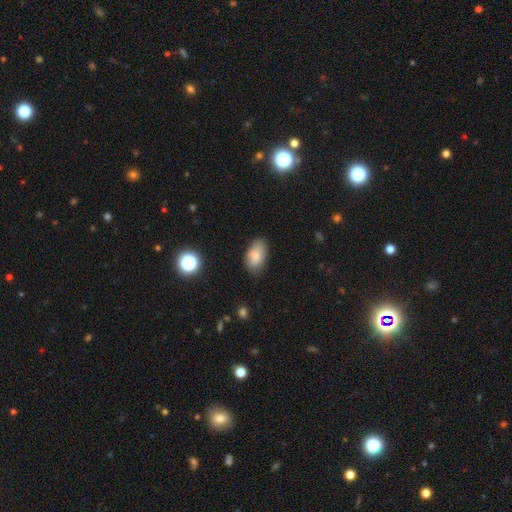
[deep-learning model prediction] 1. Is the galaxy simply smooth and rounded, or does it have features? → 82% smooth, 9% featured or disk, 8% star or artifact.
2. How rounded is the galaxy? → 92% in between, 6% round, 2% cigar-shaped.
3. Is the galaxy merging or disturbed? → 77% none, 18% minor disturbance, 4% major disturbance, 1% merger.